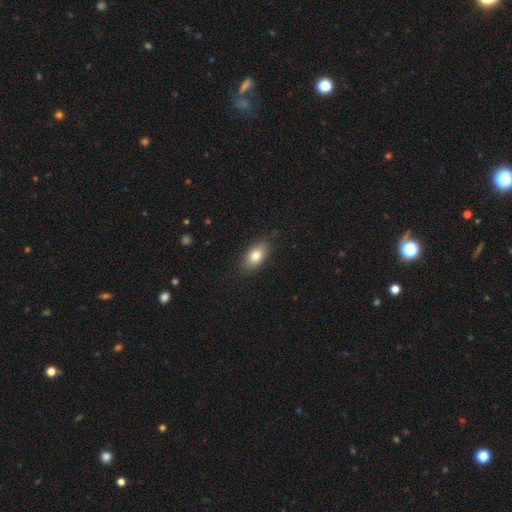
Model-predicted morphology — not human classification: Smooth or featured?
  - smooth: 80% *
  - featured or disk: 13%
  - star or artifact: 8%
How rounded?
  - in between: 89% *
  - round: 7%
  - cigar-shaped: 4%
Merging?
  - none: 84% *
  - minor disturbance: 12%
  - major disturbance: 3%
  - merger: 1%